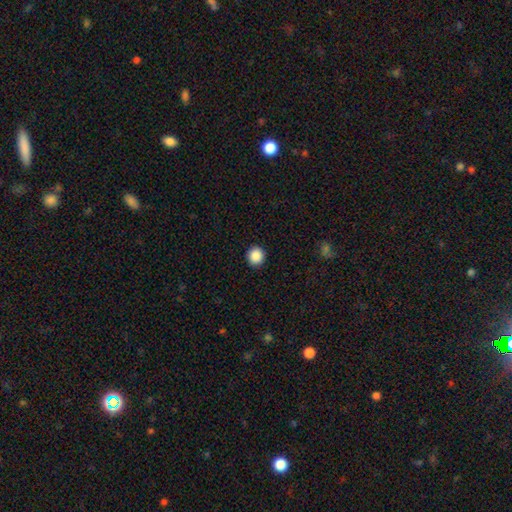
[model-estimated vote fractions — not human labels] Smooth or featured? smooth (89%)
How rounded? round (93%)
Merging? none (93%)